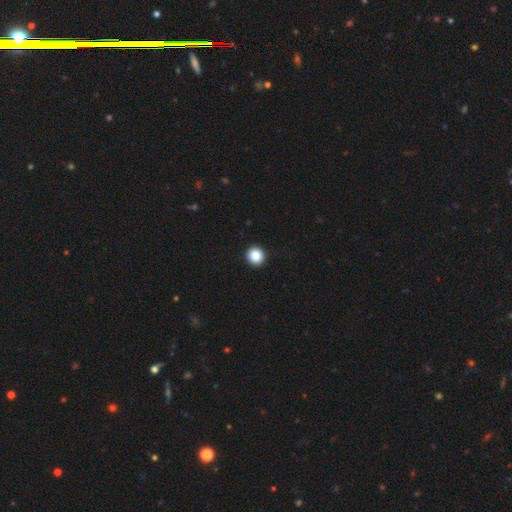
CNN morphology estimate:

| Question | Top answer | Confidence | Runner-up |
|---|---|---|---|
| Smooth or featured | smooth | 87% | star or artifact (10%) |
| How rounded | round | 95% | in between (5%) |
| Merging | none | 94% | minor disturbance (4%) |